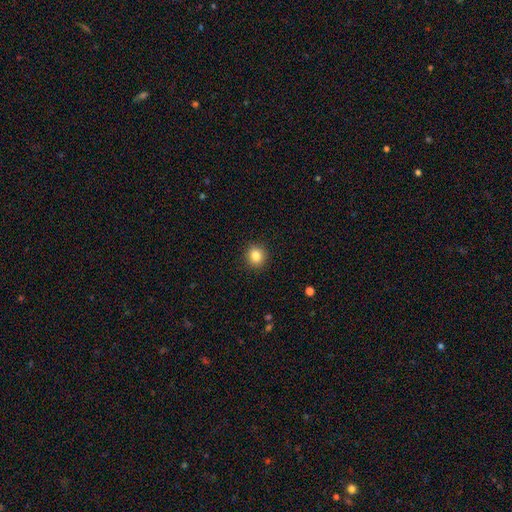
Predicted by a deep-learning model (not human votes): Overall: smooth (84%). How rounded: round (85%). Merging: none (92%).